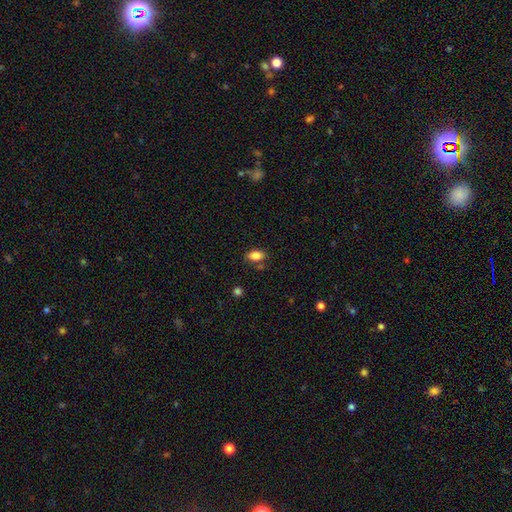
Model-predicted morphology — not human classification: A smooth galaxy with no disk features (84%) that is in between round and cigar-shaped (86%).

Vote fractions:
- Smooth or featured? smooth: 84% / star or artifact: 10% / featured or disk: 7%
- How rounded? in between: 86% / round: 11% / cigar-shaped: 3%
- Merging? none: 76% / minor disturbance: 14% / merger: 6% / major disturbance: 3%